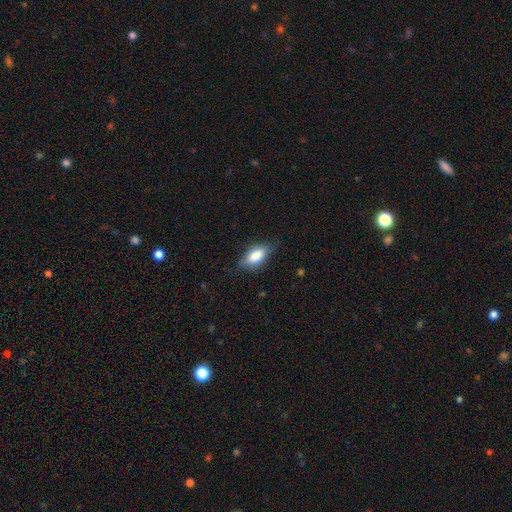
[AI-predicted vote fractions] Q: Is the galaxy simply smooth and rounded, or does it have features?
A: smooth — 79%.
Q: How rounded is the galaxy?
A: in between — 85%.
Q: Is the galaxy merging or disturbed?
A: none — 72%.